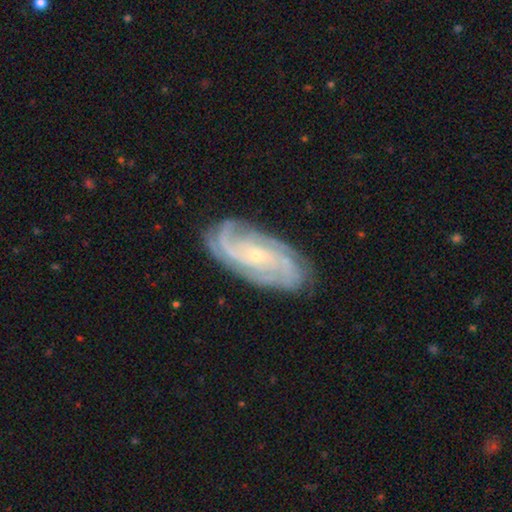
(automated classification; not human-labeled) Smooth or featured: featured or disk — 89% (smooth — 6%)
Edge-on disk: no — 95% (yes — 5%)
Bar: no — 67% (weak — 25%)
Spiral arms: yes — 98% (no — 2%)
Spiral winding: tight — 64% (medium — 30%)
Spiral arm count: 3 — 27% (4 — 25%)
Bulge size: small — 80% (moderate — 17%)
Merging: none — 82% (minor disturbance — 14%)